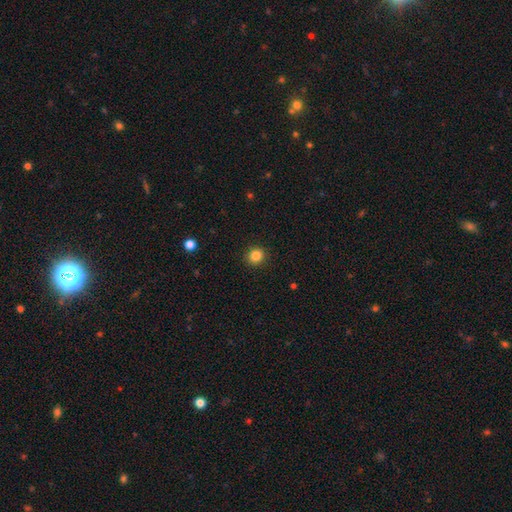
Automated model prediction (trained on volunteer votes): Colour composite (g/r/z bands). It shows a smooth galaxy with no disk features (85%) that is round (87%). Merging: none (91%).